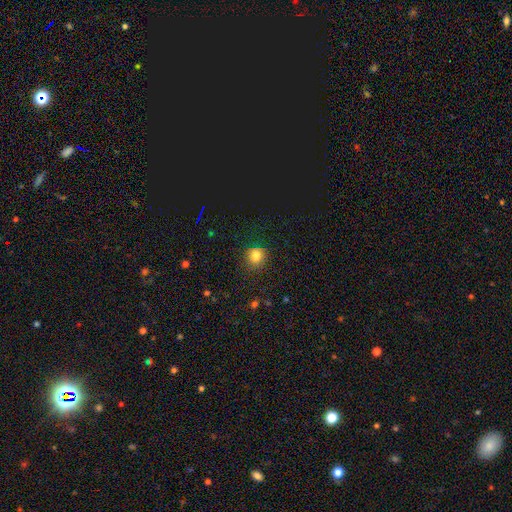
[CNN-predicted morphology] Smooth or featured? smooth (81%)
How rounded? round (88%)
Merging? none (85%)